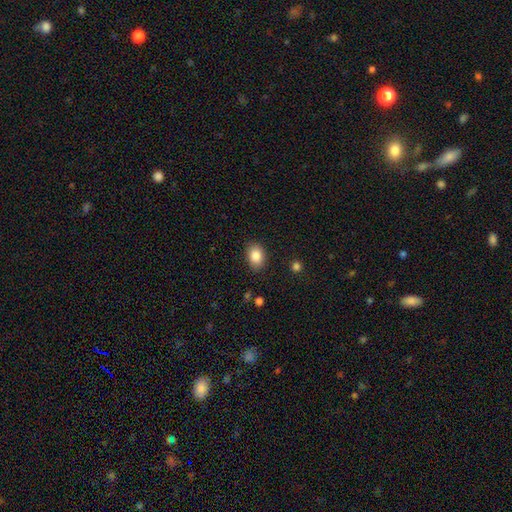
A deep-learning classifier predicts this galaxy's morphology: Smooth or featured?
  - smooth: 86% *
  - star or artifact: 8%
  - featured or disk: 6%
How rounded?
  - in between: 76% *
  - round: 23%
  - cigar-shaped: 1%
Merging?
  - none: 86% *
  - minor disturbance: 10%
  - major disturbance: 2%
  - merger: 1%